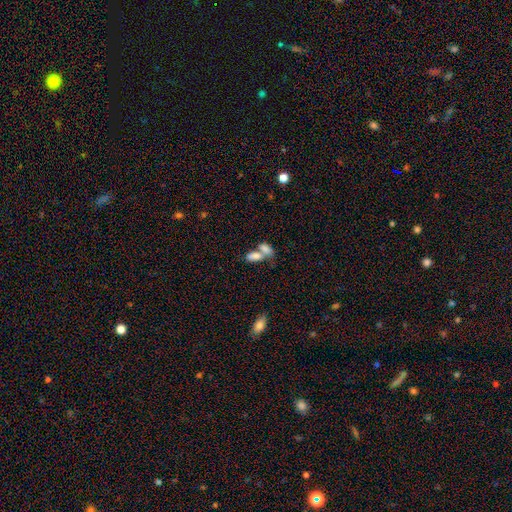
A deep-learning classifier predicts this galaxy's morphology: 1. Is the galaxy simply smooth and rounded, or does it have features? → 79% smooth, 13% featured or disk, 9% star or artifact.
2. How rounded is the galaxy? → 87% in between, 9% cigar-shaped, 5% round.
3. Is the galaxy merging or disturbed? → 65% merger, 24% none, 7% minor disturbance, 4% major disturbance.